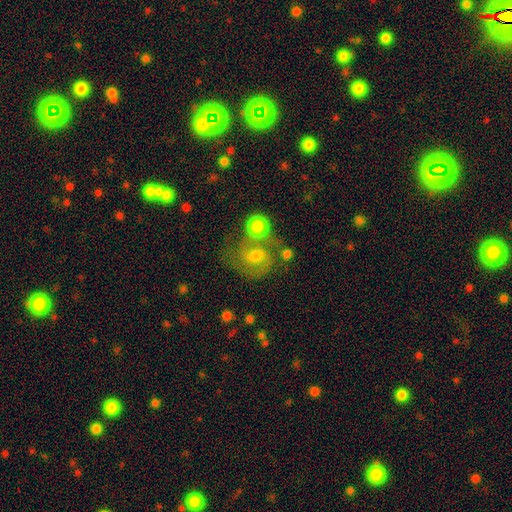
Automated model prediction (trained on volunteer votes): Morphology: type=featured or disk (59%); edge-on=no (97%); bar=no (52%); spiral arms=yes (89%); winding=medium (54%); arm count=2 (83%); bulge=moderate (62%); merging=none (43%).